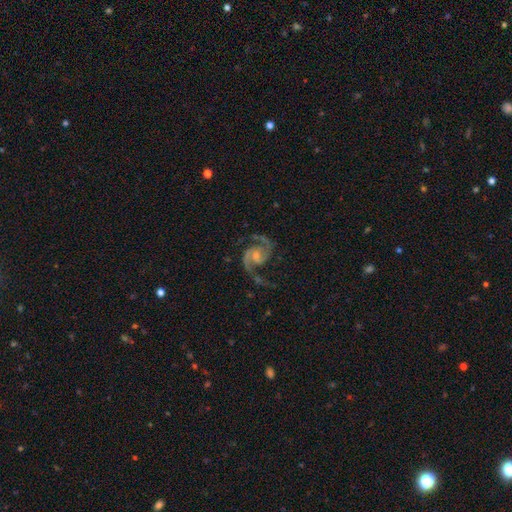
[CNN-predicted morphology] type=featured or disk (93%); edge-on=no (98%); bar=no (49%); spiral arms=yes (98%); winding=medium (61%); arm count=2 (94%); bulge=small (44%); merging=none (72%).